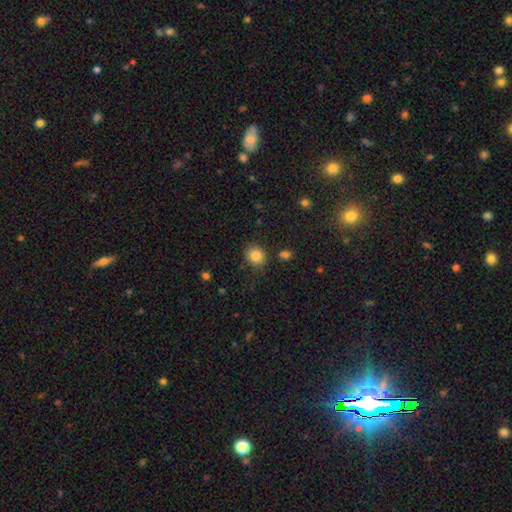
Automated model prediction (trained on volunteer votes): Morphology: type=smooth (85%); roundness=round (80%); merging=none (84%).